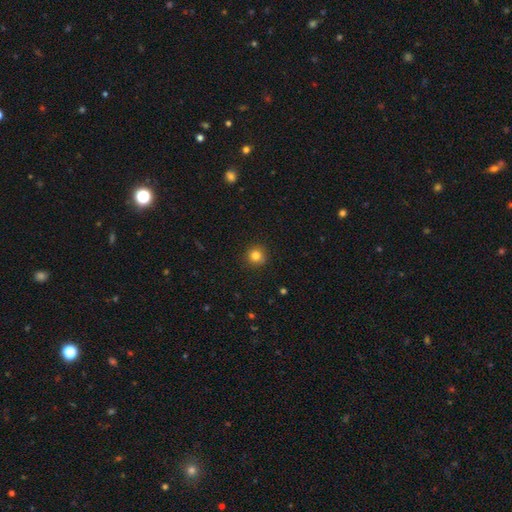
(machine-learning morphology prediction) Q: Smooth or featured?
A: smooth (82%); runner-up: star or artifact (13%)
Q: How rounded?
A: round (93%); runner-up: in between (6%)
Q: Merging?
A: none (91%); runner-up: minor disturbance (6%)